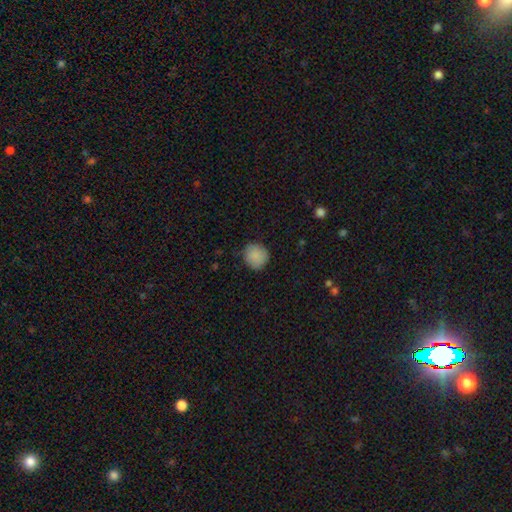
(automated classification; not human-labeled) This is clearly a smooth galaxy (87%). How rounded: clearly round (88%). Merging: clearly none (82%).